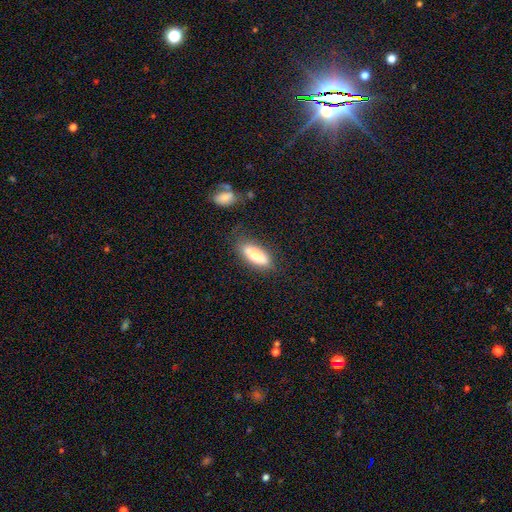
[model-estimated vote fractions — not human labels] A smooth galaxy with no disk features (79%) that is in between round and cigar-shaped (60%). Merging: none (74%).